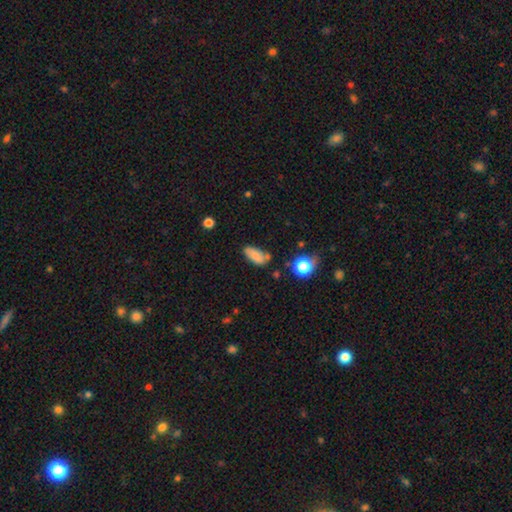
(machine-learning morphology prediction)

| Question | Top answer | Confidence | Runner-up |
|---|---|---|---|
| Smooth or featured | smooth | 80% | featured or disk (11%) |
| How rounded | in between | 83% | cigar-shaped (13%) |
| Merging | none | 64% | minor disturbance (22%) |